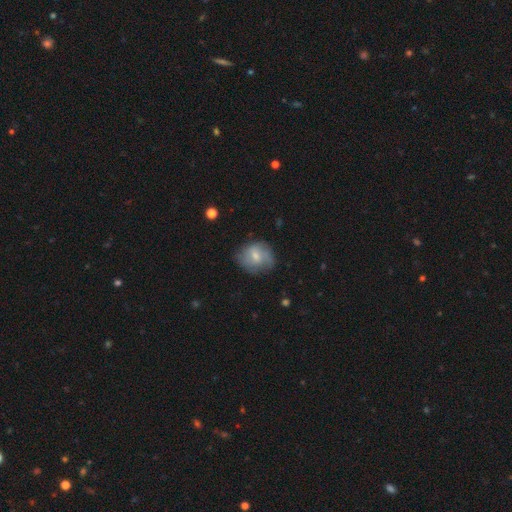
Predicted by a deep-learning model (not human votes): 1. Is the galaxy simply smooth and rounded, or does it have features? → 58% smooth, 34% featured or disk, 8% star or artifact.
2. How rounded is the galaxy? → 64% round, 35% in between, 1% cigar-shaped.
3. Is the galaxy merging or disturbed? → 60% none, 27% minor disturbance, 10% major disturbance, 2% merger.